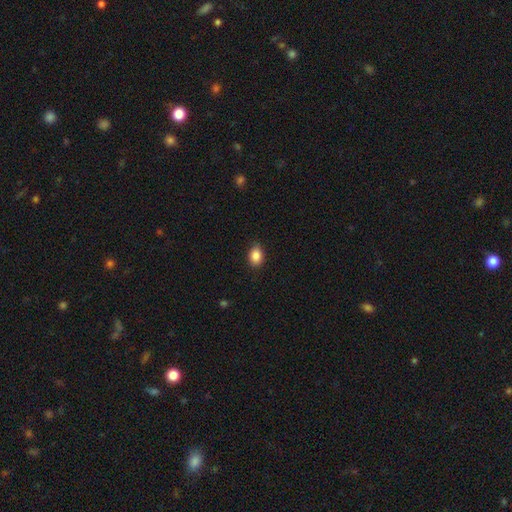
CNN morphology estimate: This is clearly a smooth galaxy (87%). How rounded: likely in between (76%). Merging: clearly none (86%).